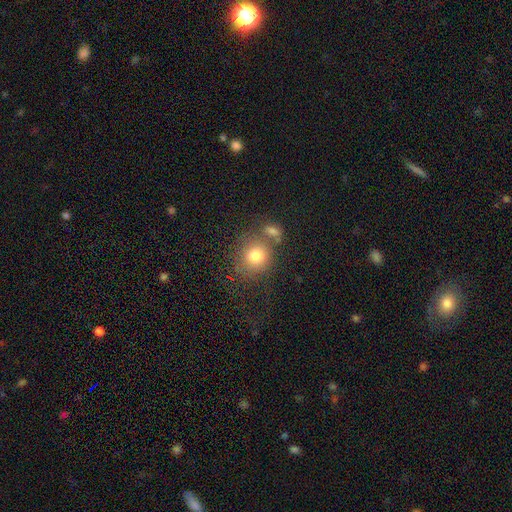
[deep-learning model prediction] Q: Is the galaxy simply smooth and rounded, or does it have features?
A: smooth — 79%.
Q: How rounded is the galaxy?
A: round — 83%.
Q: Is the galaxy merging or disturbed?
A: none — 62%.